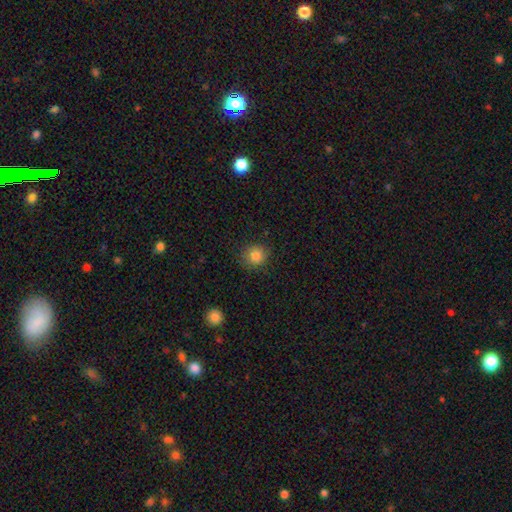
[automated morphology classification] Smooth or featured? Predicted: smooth (p=0.84). How rounded? Predicted: round (p=0.87). Merging? Predicted: none (p=0.86).